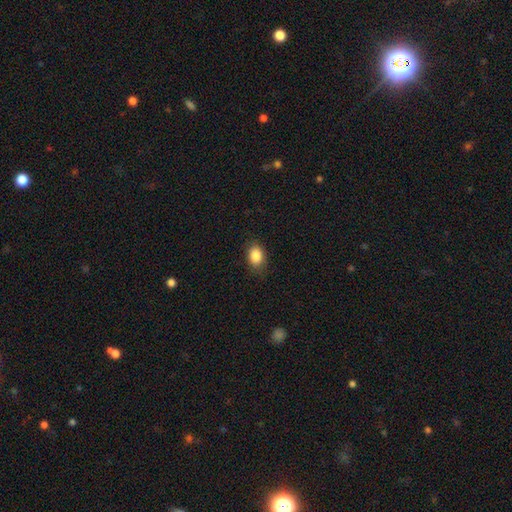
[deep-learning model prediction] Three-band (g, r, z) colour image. It shows a smooth galaxy with no disk features (86%) that is in between round and cigar-shaped (77%). Merging: none (83%).